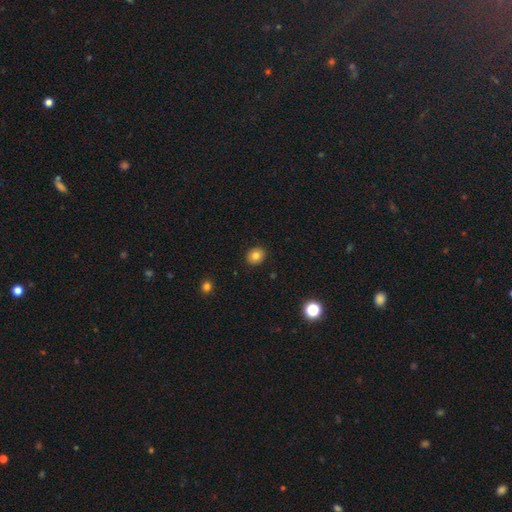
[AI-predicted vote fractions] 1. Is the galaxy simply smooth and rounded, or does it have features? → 82% smooth, 11% star or artifact, 8% featured or disk.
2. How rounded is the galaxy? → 66% round, 33% in between, 1% cigar-shaped.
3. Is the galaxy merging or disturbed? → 90% none, 7% minor disturbance, 2% major disturbance, 1% merger.